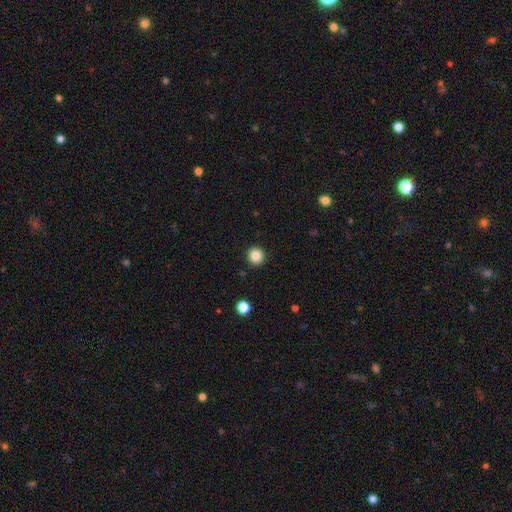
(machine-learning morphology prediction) This appears to be a smooth galaxy with no disk features (85%) that is round (94%). Merging: none (92%).